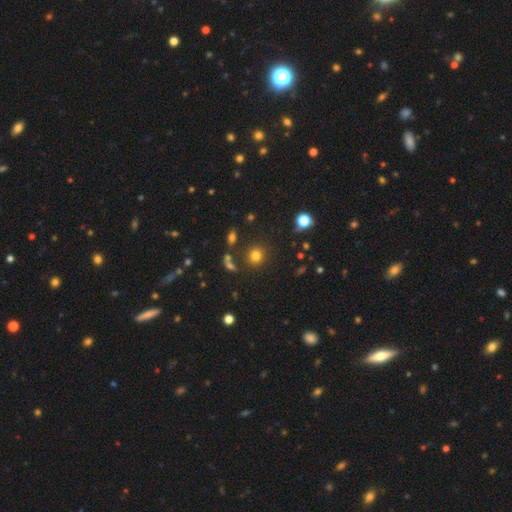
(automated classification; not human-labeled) This is likely a smooth galaxy (77%). How rounded: clearly round (86%). Merging: clearly none (82%).